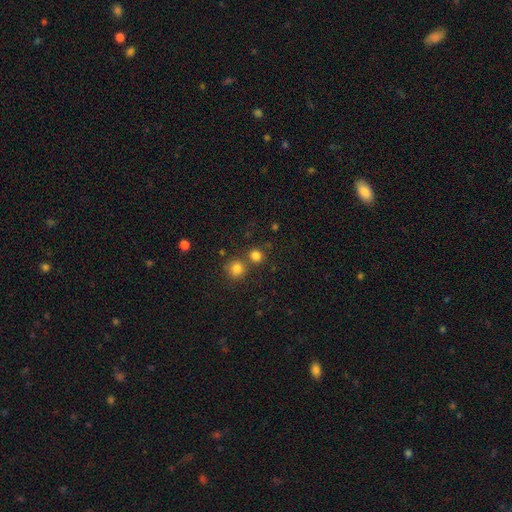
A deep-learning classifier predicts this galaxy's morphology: Smooth or featured?
  - smooth: 80% *
  - star or artifact: 15%
  - featured or disk: 5%
How rounded?
  - round: 87% *
  - in between: 12%
  - cigar-shaped: 1%
Merging?
  - none: 68% *
  - merger: 22%
  - minor disturbance: 7%
  - major disturbance: 3%